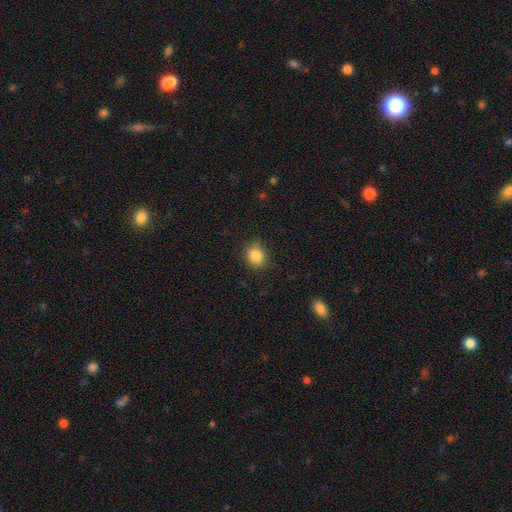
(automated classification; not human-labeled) smooth-or-featured: smooth: 85% | star or artifact: 10% | featured or disk: 5%
  how-rounded: round: 79% | in between: 20% | cigar-shaped: 1%
  merging: none: 84% | minor disturbance: 12% | major disturbance: 3% | merger: 1%